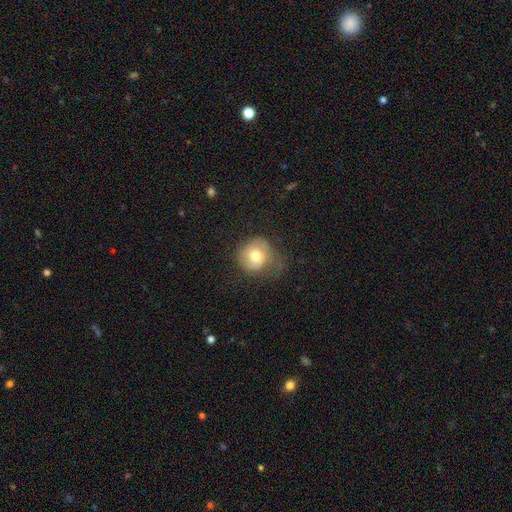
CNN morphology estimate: Overall: smooth (68%). How rounded: round (81%). Merging: none (39%; minor disturbance 31%).